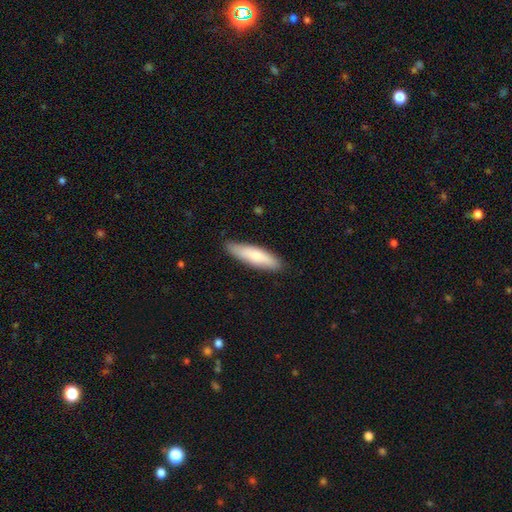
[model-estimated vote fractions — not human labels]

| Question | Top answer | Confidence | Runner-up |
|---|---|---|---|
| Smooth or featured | smooth | 75% | featured or disk (19%) |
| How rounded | cigar-shaped | 69% | in between (29%) |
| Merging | none | 84% | minor disturbance (13%) |